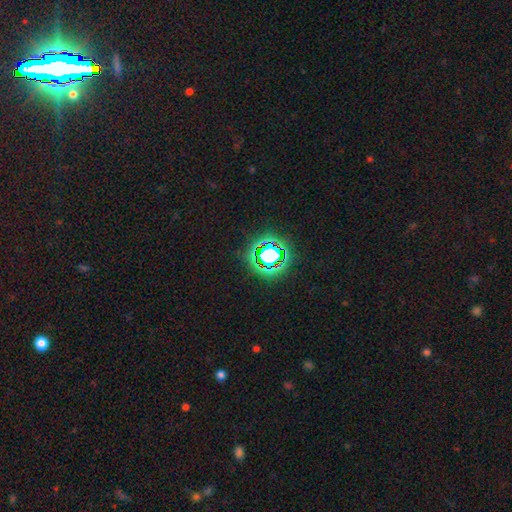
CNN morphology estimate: Smooth or featured? Predicted: star or artifact (p=0.76).